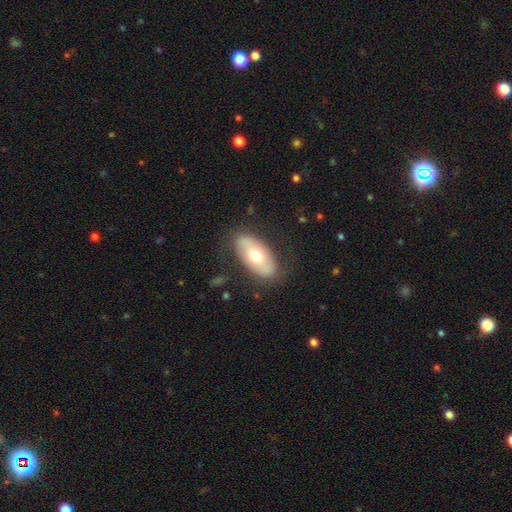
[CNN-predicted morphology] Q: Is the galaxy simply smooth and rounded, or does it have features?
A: smooth — 55%.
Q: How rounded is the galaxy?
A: in between — 92%.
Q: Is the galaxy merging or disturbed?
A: none — 79%.